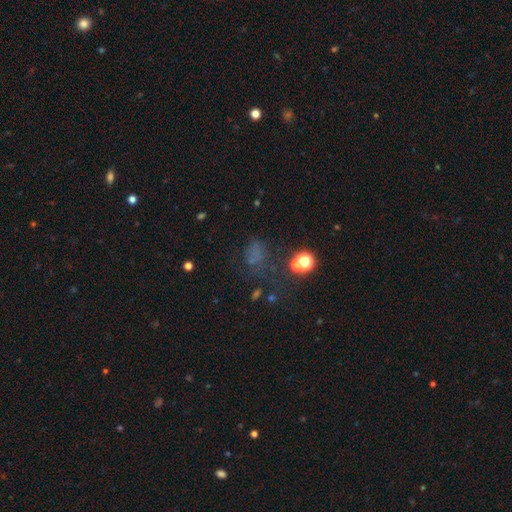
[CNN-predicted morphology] smooth-or-featured: smooth: 45% | star or artifact: 38% | featured or disk: 17%
  merging: none: 44% | major disturbance: 27% | minor disturbance: 20% | merger: 9%